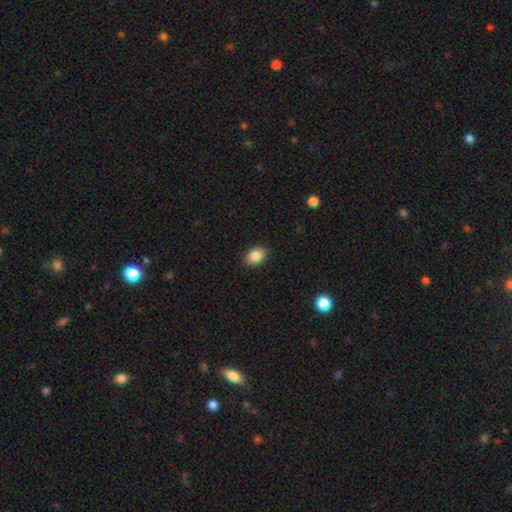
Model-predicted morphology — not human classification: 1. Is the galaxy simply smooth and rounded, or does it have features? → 86% smooth, 8% star or artifact, 6% featured or disk.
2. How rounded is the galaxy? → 77% in between, 22% round, 1% cigar-shaped.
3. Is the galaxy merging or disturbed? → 89% none, 8% minor disturbance, 2% major disturbance, 1% merger.